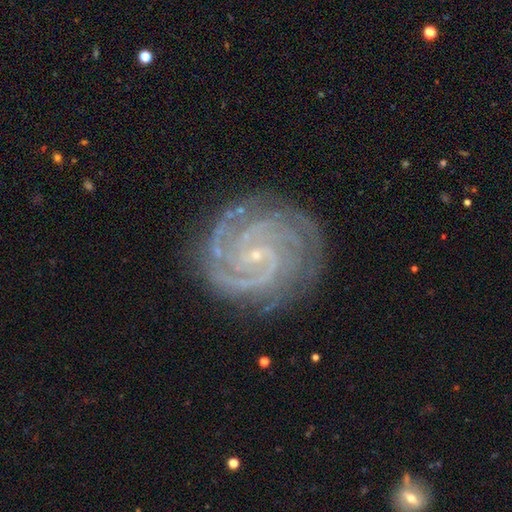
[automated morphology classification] A featured or disk galaxy (92%) with no bar (58%), 3 (28%) tight (77%) spiral arms (99%) and a small central bulge (89%).

Vote fractions:
- Smooth or featured? featured or disk: 92% / star or artifact: 5% / smooth: 3%
- Edge-on disk? no: 98% / yes: 2%
- Bar? no: 58% / weak: 29% / strong: 13%
- Spiral arms? yes: 99% / no: 1%
- Spiral winding? tight: 77% / medium: 21% / loose: 2%
- Spiral arm count? 3: 28% / 4: 22% / 2: 20% / can't tell: 12% / more than 4: 10% / 1: 8%
- Bulge size? small: 89% / moderate: 6% / none: 3% / large: 1% / dominant: 1%
- Merging? none: 81% / minor disturbance: 13% / major disturbance: 4% / merger: 1%